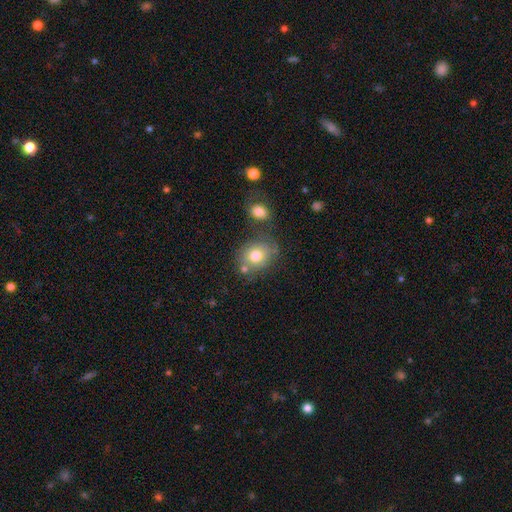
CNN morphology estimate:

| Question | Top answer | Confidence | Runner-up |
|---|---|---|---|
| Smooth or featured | smooth | 74% | featured or disk (17%) |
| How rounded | round | 60% | in between (39%) |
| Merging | none | 61% | merger (17%) |